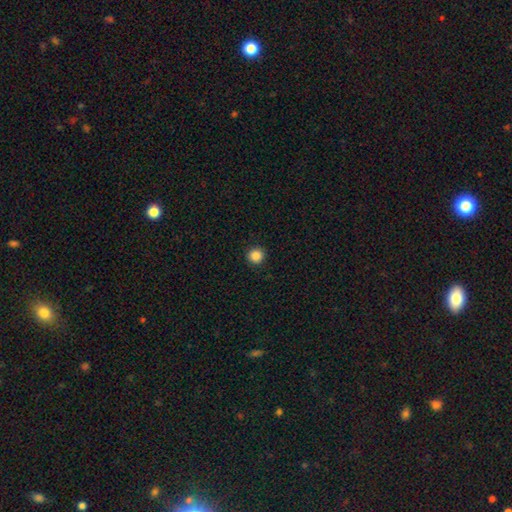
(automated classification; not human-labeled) Overall: smooth (87%). How rounded: round (95%). Merging: none (93%).